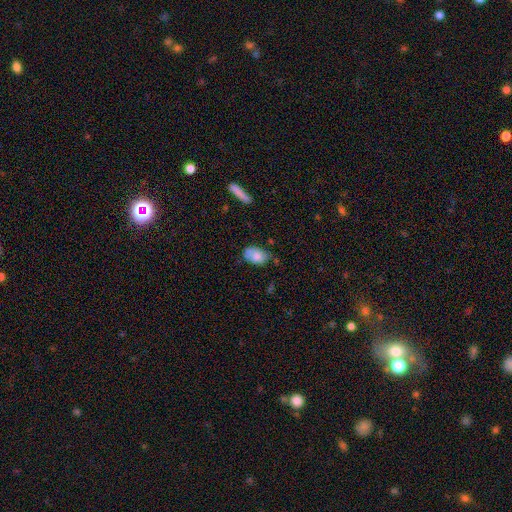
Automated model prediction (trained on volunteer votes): Smooth or featured? smooth (73%)
How rounded? in between (88%)
Merging? none (51%)